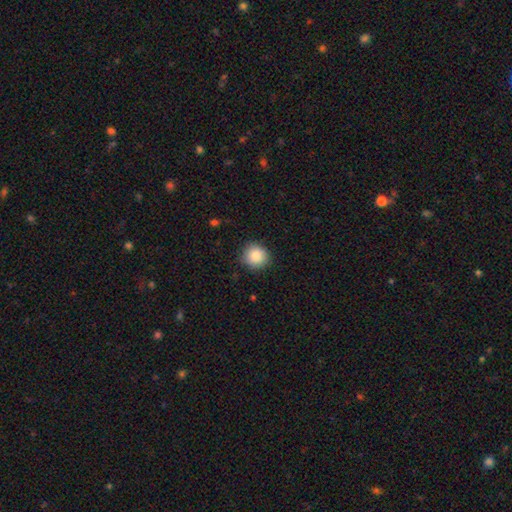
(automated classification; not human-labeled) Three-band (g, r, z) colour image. It shows a smooth galaxy with no disk features (87%) that is round (91%). Merging: none (87%).